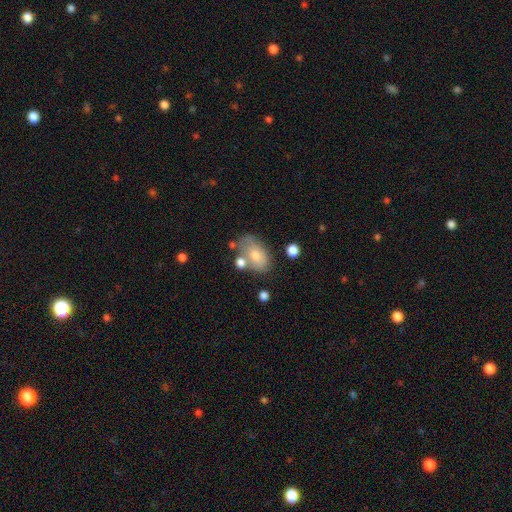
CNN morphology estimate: A smooth galaxy with no disk features (70%) that is in between round and cigar-shaped (85%).

Vote fractions:
- Smooth or featured? smooth: 70% / featured or disk: 22% / star or artifact: 9%
- How rounded? in between: 85% / round: 13% / cigar-shaped: 1%
- Merging? none: 52% / minor disturbance: 23% / merger: 16% / major disturbance: 9%